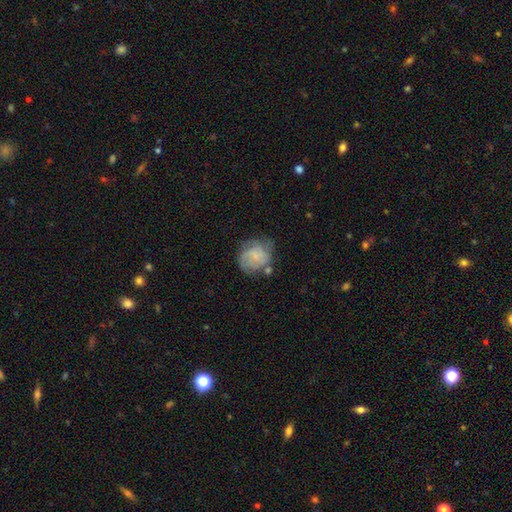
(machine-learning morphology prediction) Q: Smooth or featured?
A: featured or disk (51%); runner-up: smooth (41%)
Q: Edge-on disk?
A: no (98%); runner-up: yes (2%)
Q: Merging?
A: none (50%); runner-up: minor disturbance (27%)